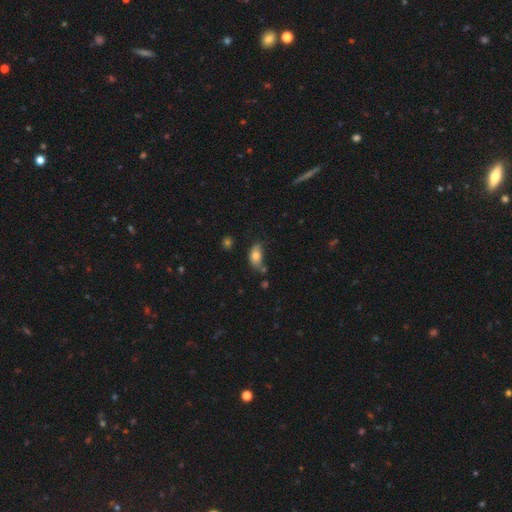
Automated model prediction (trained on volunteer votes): Smooth or featured: smooth — 80% (featured or disk — 11%)
How rounded: in between — 90% (round — 6%)
Merging: none — 47% (minor disturbance — 30%)